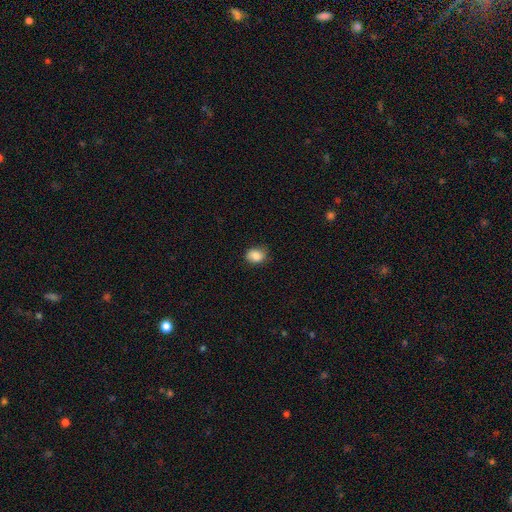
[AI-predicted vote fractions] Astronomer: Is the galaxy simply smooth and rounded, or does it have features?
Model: smooth — 84%.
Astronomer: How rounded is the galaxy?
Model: in between — 52% (runner-up: round, 47%).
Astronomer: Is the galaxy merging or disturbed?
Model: none — 74%.